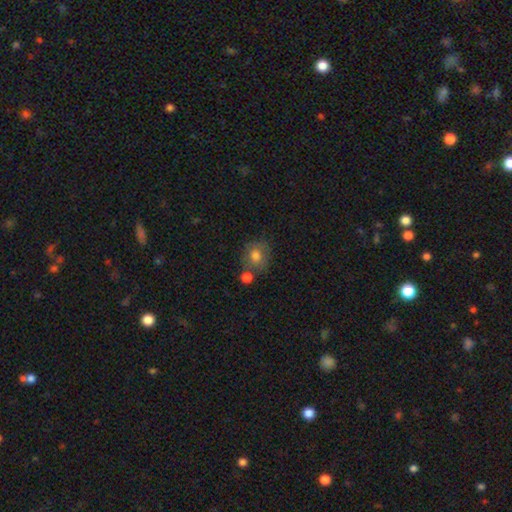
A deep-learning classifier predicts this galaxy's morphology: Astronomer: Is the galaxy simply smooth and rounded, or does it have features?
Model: smooth — 74%.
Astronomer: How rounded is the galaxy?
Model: round — 74%.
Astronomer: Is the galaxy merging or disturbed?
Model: none — 56%.